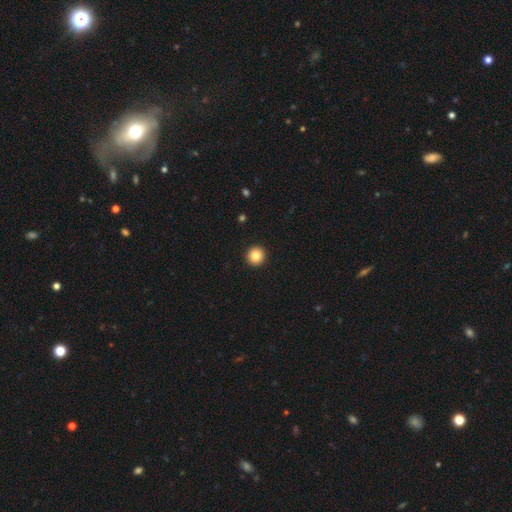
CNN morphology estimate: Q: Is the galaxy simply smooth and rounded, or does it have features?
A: smooth — 85%.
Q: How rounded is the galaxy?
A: round — 95%.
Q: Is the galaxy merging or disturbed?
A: none — 94%.